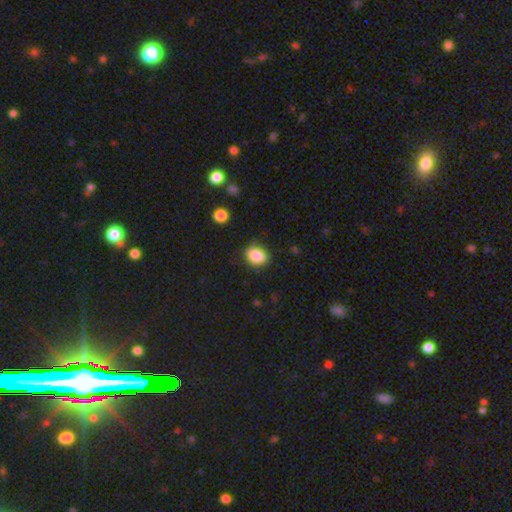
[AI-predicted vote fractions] The model was most divided on "how rounded": round: 53%, in between: 46%, cigar-shaped: 1%. More confident: smooth or featured — smooth (86%); merging — none (82%).